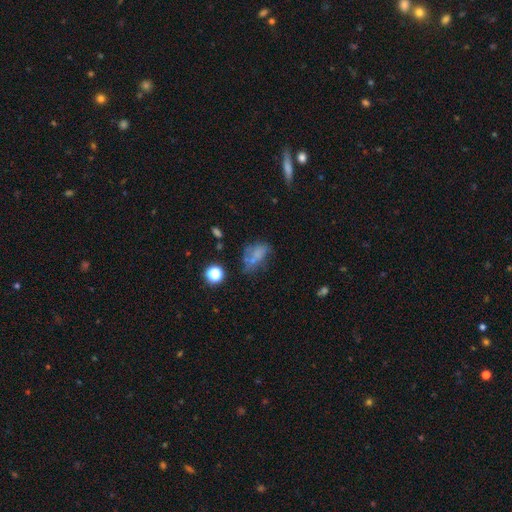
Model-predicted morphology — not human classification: This is possibly a smooth galaxy (55%). How rounded: likely in between (76%). Merging: marginally none (37%).